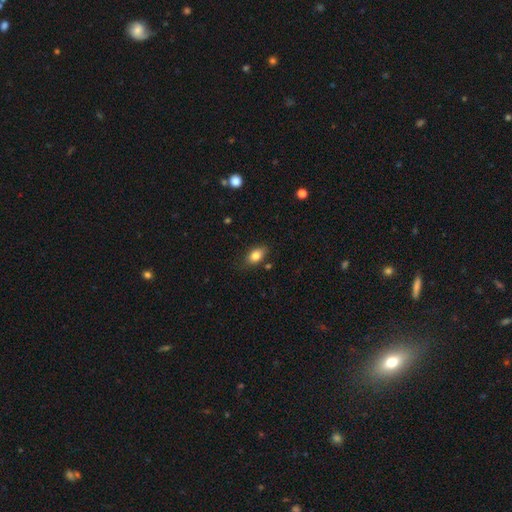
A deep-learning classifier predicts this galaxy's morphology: Smooth or featured: smooth — 81% (featured or disk — 10%)
How rounded: in between — 86% (round — 10%)
Merging: none — 76% (minor disturbance — 17%)